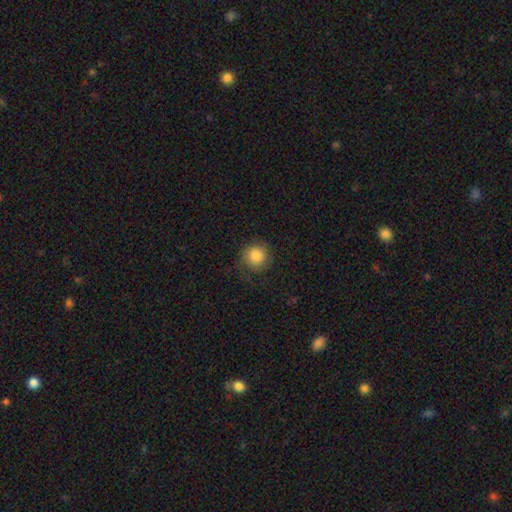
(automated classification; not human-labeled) Smooth or featured? Predicted: smooth (p=0.82). How rounded? Predicted: round (p=0.93). Merging? Predicted: none (p=0.75).